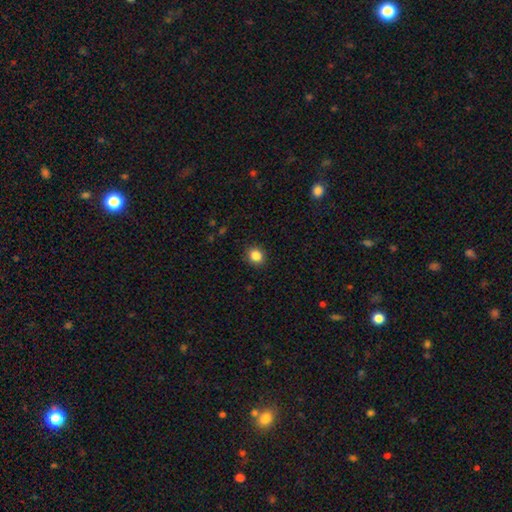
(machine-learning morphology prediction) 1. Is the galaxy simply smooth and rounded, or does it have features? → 85% smooth, 11% star or artifact, 4% featured or disk.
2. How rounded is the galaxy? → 77% round, 22% in between, 1% cigar-shaped.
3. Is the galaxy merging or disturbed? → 90% none, 7% minor disturbance, 2% major disturbance, 1% merger.